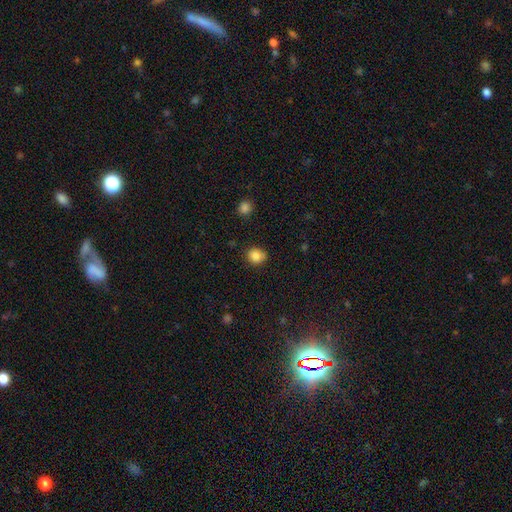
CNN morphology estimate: The model was most divided on "how rounded": round: 81%, in between: 18%, cigar-shaped: 1%. More confident: smooth or featured — smooth (85%); merging — none (79%).